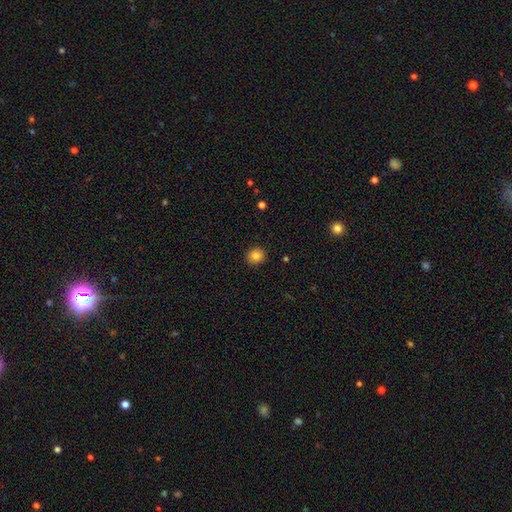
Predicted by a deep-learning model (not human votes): smooth-or-featured: smooth: 83% | star or artifact: 11% | featured or disk: 6%
  how-rounded: round: 91% | in between: 8% | cigar-shaped: 1%
  merging: none: 92% | minor disturbance: 5% | major disturbance: 2% | merger: 1%